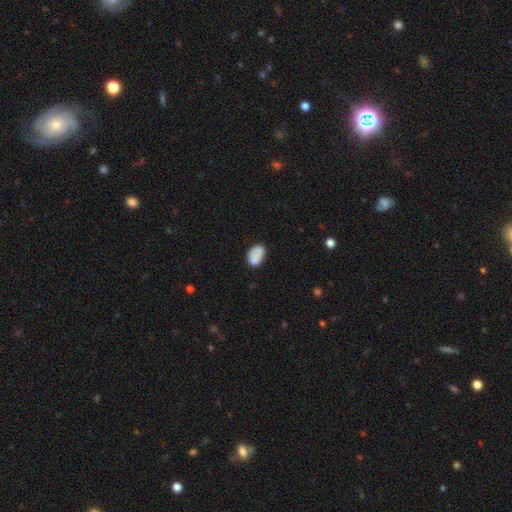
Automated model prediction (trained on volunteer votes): A smooth galaxy with no disk features (78%) that is in between round and cigar-shaped (85%).

Vote fractions:
- Smooth or featured? smooth: 78% / featured or disk: 13% / star or artifact: 8%
- How rounded? in between: 85% / round: 14% / cigar-shaped: 1%
- Merging? none: 62% / minor disturbance: 23% / merger: 7% / major disturbance: 7%